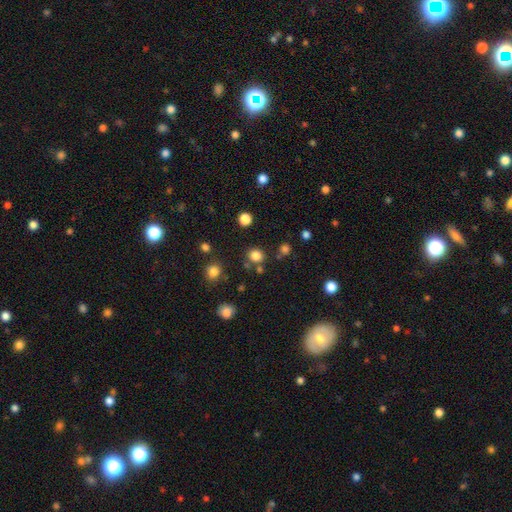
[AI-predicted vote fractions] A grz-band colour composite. It shows a smooth galaxy with no disk features (80%) that is round (86%). Merging: none (80%).